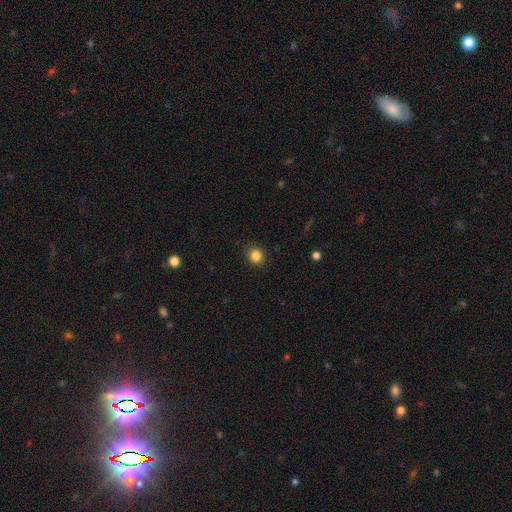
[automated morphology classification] Smooth or featured? smooth (85%)
How rounded? round (82%)
Merging? none (90%)